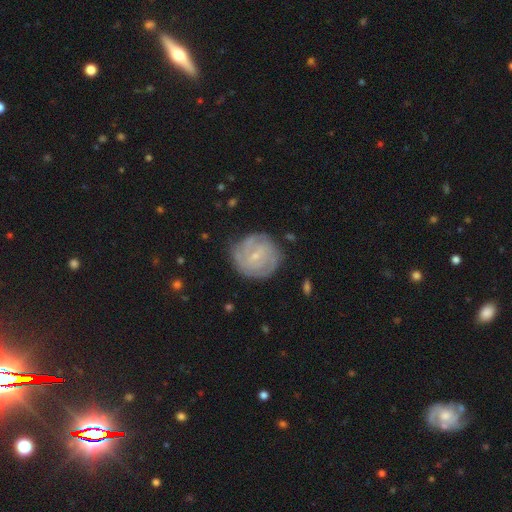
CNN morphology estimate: Overall: featured or disk (79%). Edge-on disk: no (98%). Bar: weak (47%; no 42%). Spiral arms: yes (95%). Spiral arm count: can't tell (30%; 3 24%). Spiral winding: tight (74%). Bulge size: small (77%). Merging: none (80%).